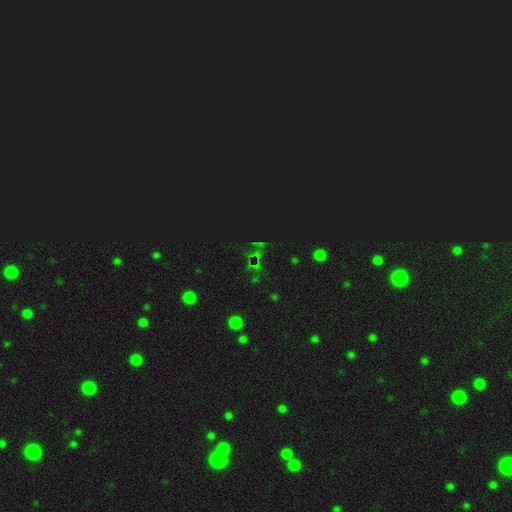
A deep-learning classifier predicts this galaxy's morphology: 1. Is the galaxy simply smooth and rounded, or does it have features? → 73% star or artifact, 17% smooth, 10% featured or disk.